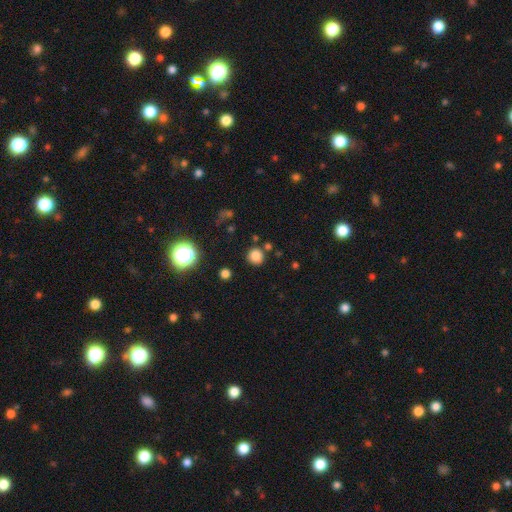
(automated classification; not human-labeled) smooth-or-featured: smooth: 80% | star or artifact: 15% | featured or disk: 5%
  how-rounded: round: 93% | in between: 6% | cigar-shaped: 1%
  merging: none: 84% | minor disturbance: 8% | merger: 5% | major disturbance: 3%